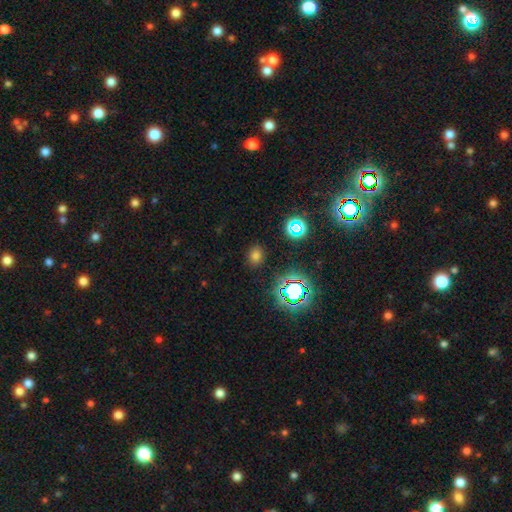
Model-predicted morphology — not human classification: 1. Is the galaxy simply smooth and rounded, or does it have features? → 66% smooth, 27% star or artifact, 7% featured or disk.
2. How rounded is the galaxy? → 54% round, 45% in between, 1% cigar-shaped.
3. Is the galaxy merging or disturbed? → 86% none, 9% minor disturbance, 3% major disturbance, 2% merger.